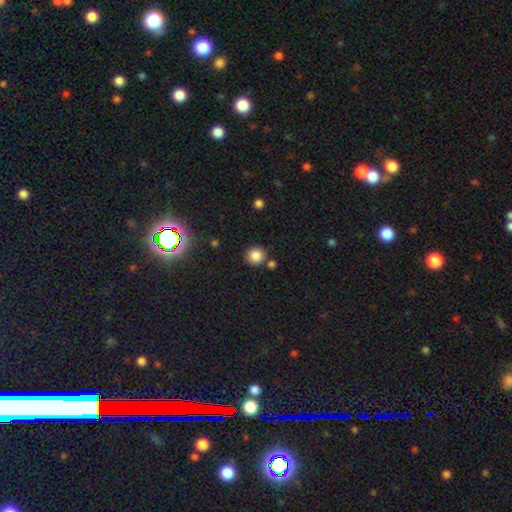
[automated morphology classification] This is clearly a smooth galaxy (84%). How rounded: clearly round (92%). Merging: clearly none (80%).